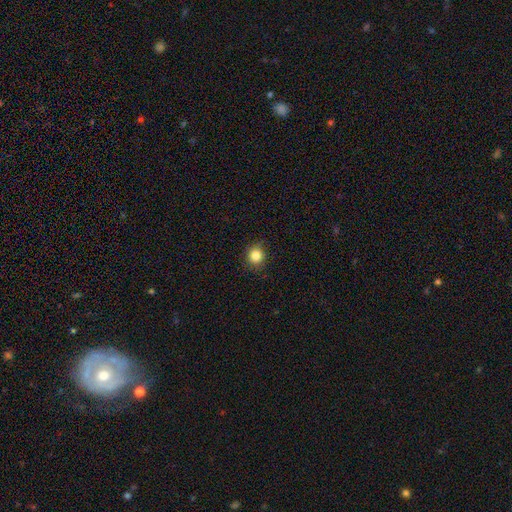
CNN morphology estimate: This is clearly a smooth galaxy (85%). How rounded: clearly round (88%). Merging: clearly none (85%).